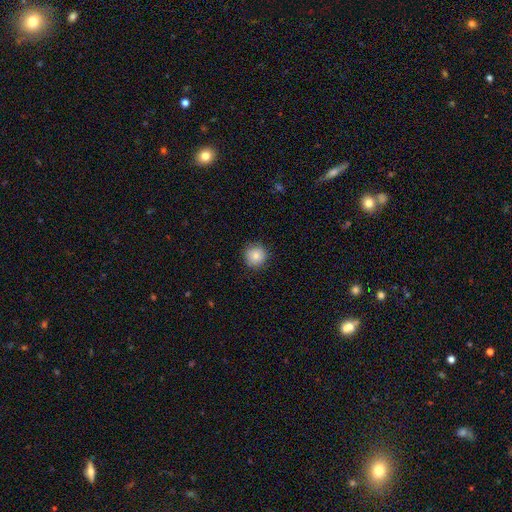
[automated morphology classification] smooth-or-featured: smooth: 82% | star or artifact: 9% | featured or disk: 9%
  how-rounded: round: 94% | in between: 5% | cigar-shaped: 1%
  merging: none: 86% | minor disturbance: 11% | major disturbance: 3% | merger: 1%